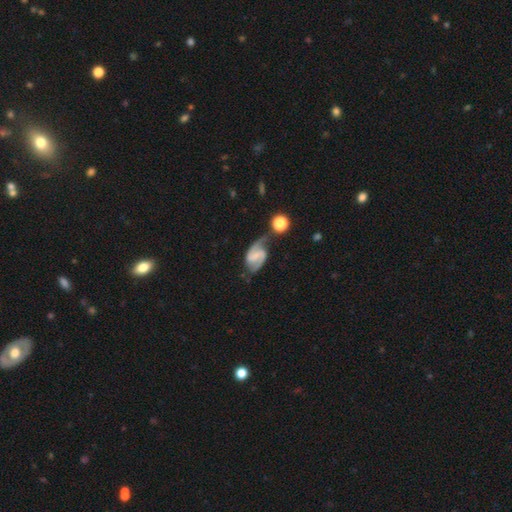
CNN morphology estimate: Smooth or featured? featured or disk (80%)
Edge-on disk? no (98%)
Bar? weak (41%)
Spiral arms? yes (95%)
Spiral winding? medium (48%)
Spiral arm count? 2 (89%)
Bulge size? none (60%)
Merging? none (57%)